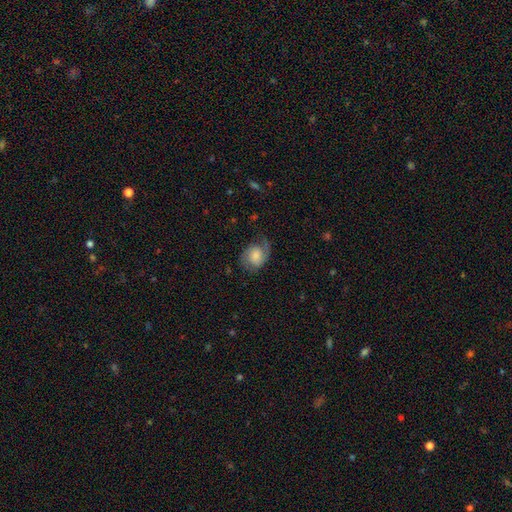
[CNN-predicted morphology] Smooth or featured? Predicted: featured or disk (p=0.53). Edge-on disk? Predicted: no (p=0.97). Bar? Predicted: no (p=0.65). Spiral arms? Predicted: yes (p=0.89). Bulge size? Predicted: moderate (p=0.33). Merging? Predicted: none (p=0.56).